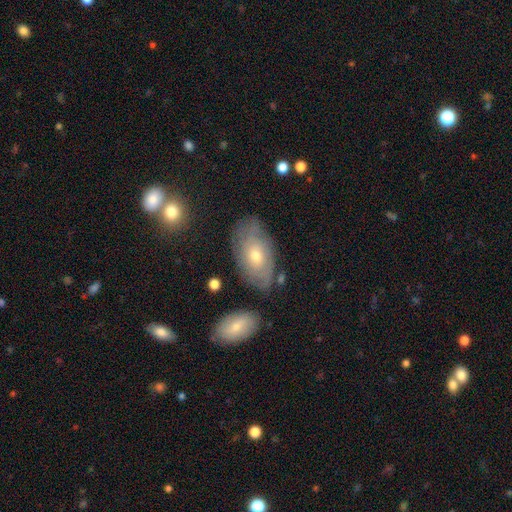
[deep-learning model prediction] A featured or disk galaxy (50%). Merging: none (70%).